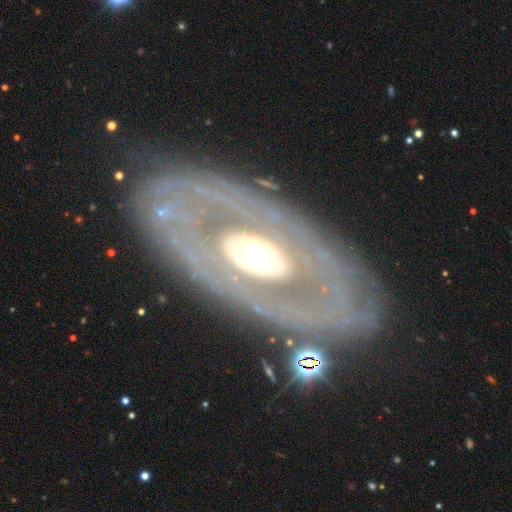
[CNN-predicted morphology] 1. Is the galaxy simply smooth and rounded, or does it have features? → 79% featured or disk, 16% smooth, 5% star or artifact.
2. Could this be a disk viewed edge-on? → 90% no, 10% yes.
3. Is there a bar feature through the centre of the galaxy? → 80% no, 13% weak, 8% strong.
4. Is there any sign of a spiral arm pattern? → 62% no, 38% yes.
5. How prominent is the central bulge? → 62% moderate, 24% large, 10% small, 2% dominant, 1% none.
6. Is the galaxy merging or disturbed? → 80% none, 11% minor disturbance, 7% major disturbance, 2% merger.